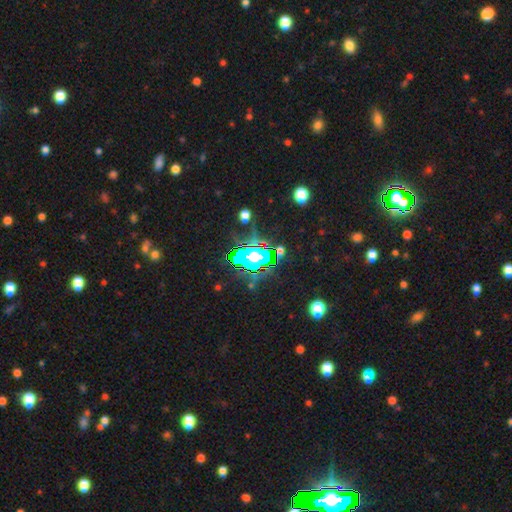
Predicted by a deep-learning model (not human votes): smooth_or_featured: star or artifact (p=0.60) [alt: smooth p=0.23]